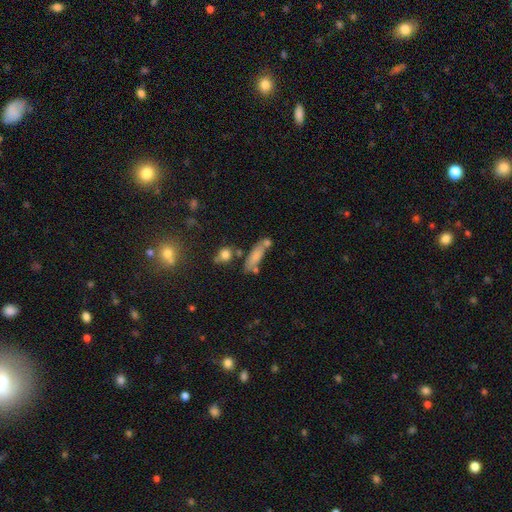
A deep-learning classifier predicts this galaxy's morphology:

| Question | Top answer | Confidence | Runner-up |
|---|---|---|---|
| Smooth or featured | smooth | 74% | featured or disk (17%) |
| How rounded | cigar-shaped | 51% | in between (46%) |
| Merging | none | 54% | merger (20%) |